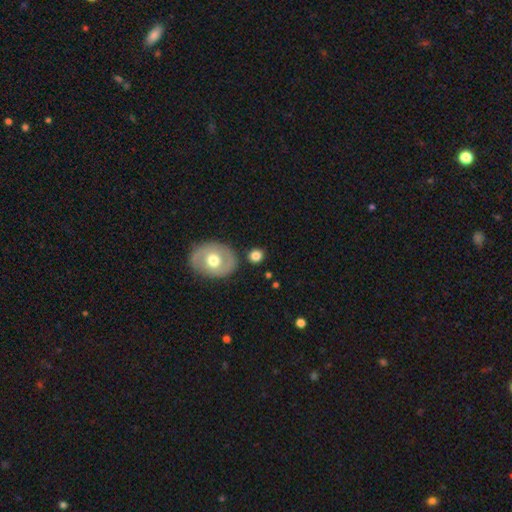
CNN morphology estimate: Smooth or featured? smooth (78%)
How rounded? round (79%)
Merging? none (81%)